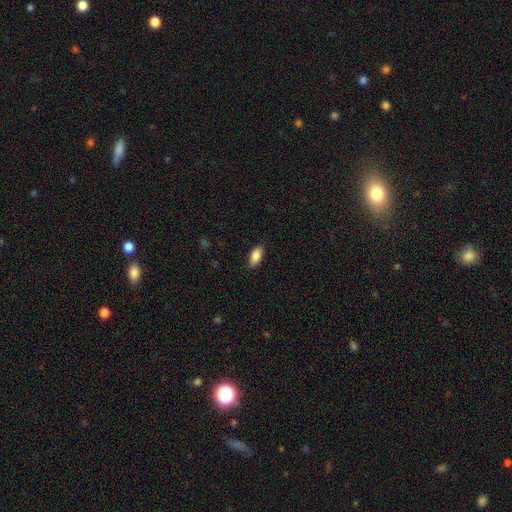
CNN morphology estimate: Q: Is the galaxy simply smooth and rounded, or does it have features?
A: smooth — 87%.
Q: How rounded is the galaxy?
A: in between — 90%.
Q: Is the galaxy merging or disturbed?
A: none — 86%.